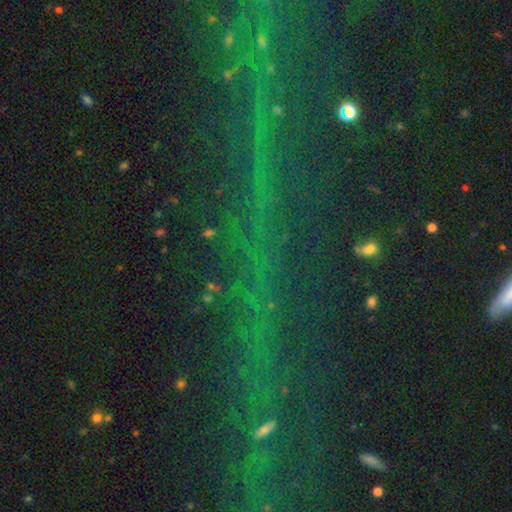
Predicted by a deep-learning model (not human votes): A star or artifact, not a galaxy (75%).

Vote fractions:
- Smooth or featured? star or artifact: 75% / smooth: 14% / featured or disk: 11%